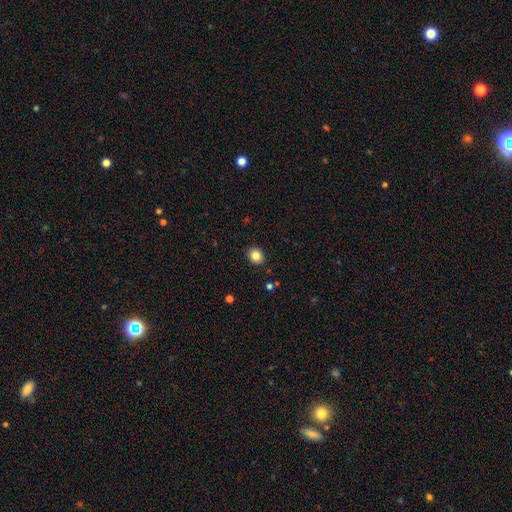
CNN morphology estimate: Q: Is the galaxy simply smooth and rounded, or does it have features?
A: smooth — 84%.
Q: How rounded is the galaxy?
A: round — 69%.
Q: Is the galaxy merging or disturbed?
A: none — 91%.